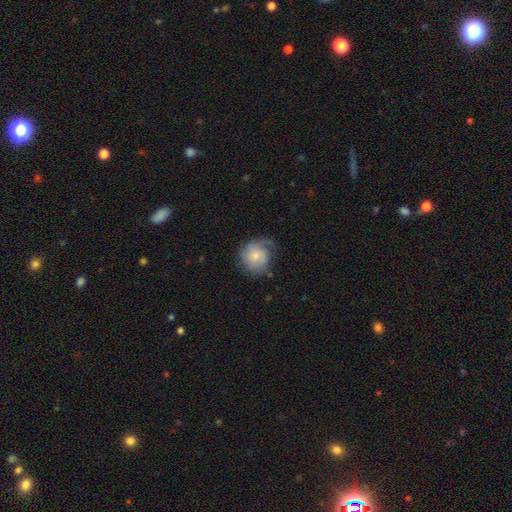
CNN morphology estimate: Smooth or featured?
  - smooth: 50% *
  - featured or disk: 43%
  - star or artifact: 7%
How rounded?
  - round: 79% *
  - in between: 20%
  - cigar-shaped: 1%
Merging?
  - none: 51% *
  - minor disturbance: 29%
  - major disturbance: 18%
  - merger: 2%